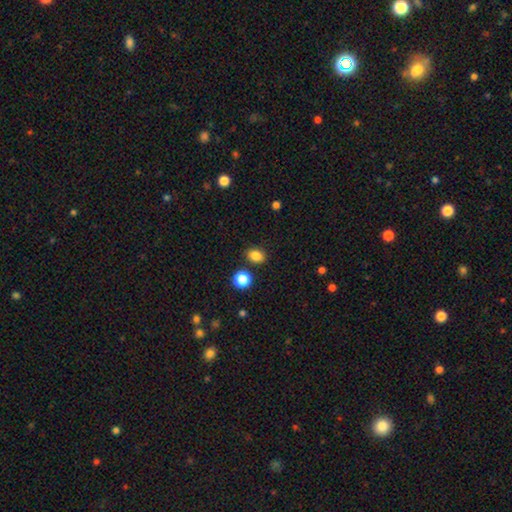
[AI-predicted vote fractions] Q: Smooth or featured?
A: smooth (85%); runner-up: star or artifact (11%)
Q: How rounded?
A: in between (58%); runner-up: round (41%)
Q: Merging?
A: none (83%); runner-up: minor disturbance (9%)